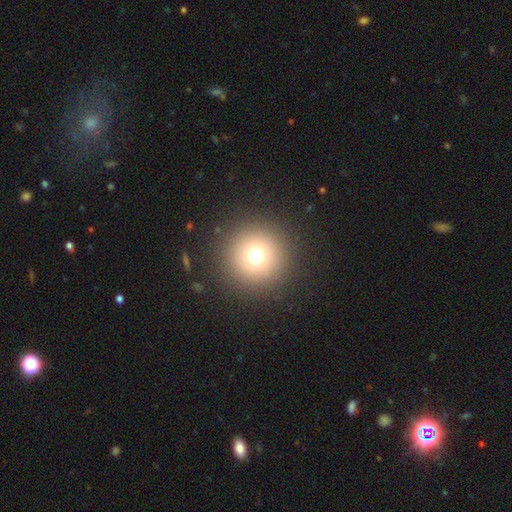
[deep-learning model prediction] Smooth or featured? smooth (71%)
How rounded? round (97%)
Merging? none (90%)